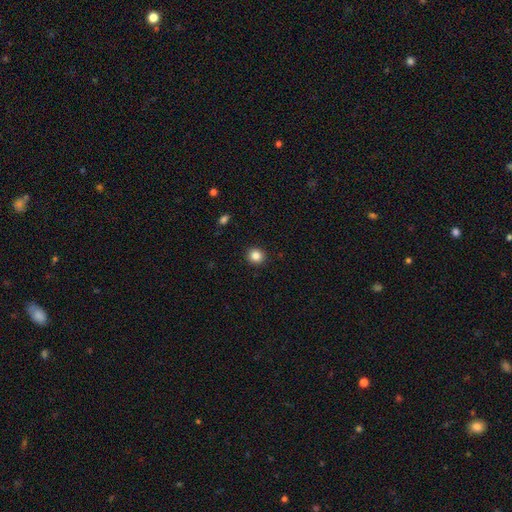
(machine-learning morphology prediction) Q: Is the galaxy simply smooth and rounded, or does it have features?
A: smooth — 85%.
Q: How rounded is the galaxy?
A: round — 91%.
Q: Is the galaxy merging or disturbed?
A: none — 93%.